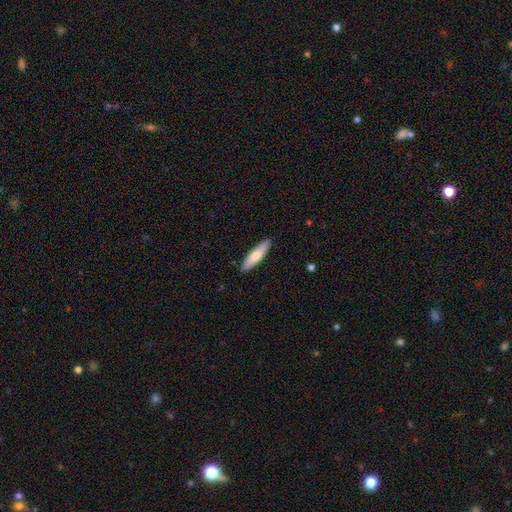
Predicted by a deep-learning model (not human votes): Smooth or featured: smooth — 67% (featured or disk — 28%)
How rounded: cigar-shaped — 74% (in between — 24%)
Merging: none — 90% (minor disturbance — 7%)